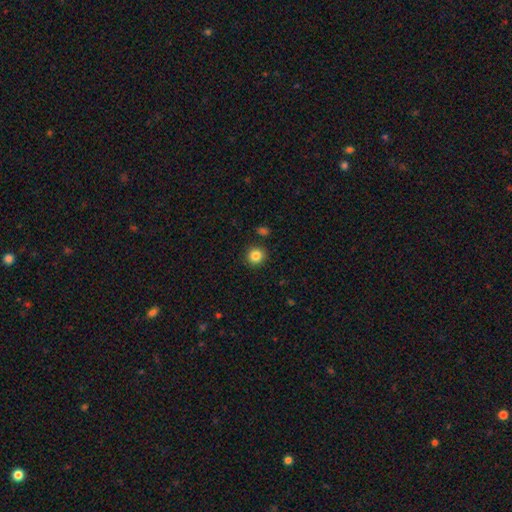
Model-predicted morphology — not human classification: type=smooth (85%); roundness=round (92%); merging=none (90%).